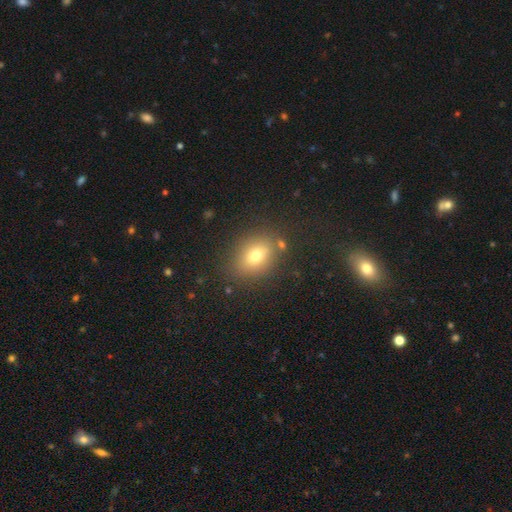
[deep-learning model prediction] This is likely a smooth galaxy (73%). How rounded: likely in between (66%). Merging: likely none (79%).